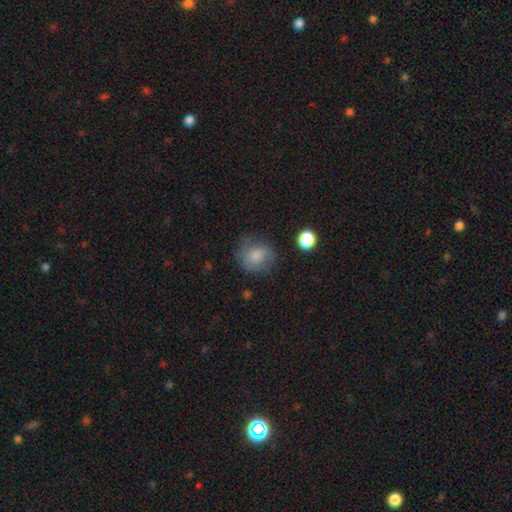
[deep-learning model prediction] The model was most divided on "merging": none: 56%, minor disturbance: 27%, major disturbance: 15%, merger: 2%. More confident: smooth or featured — smooth (71%); how rounded — round (68%).